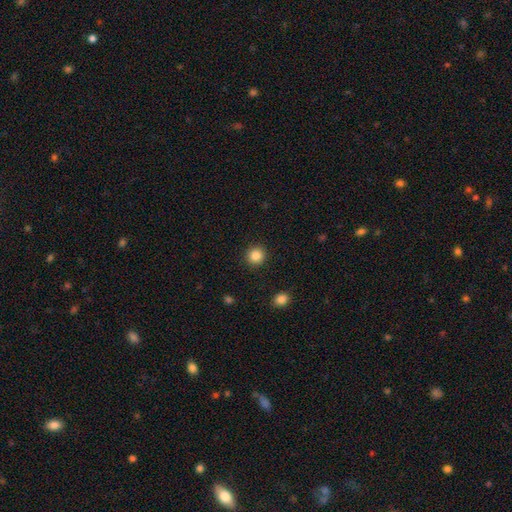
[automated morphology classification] Smooth or featured: smooth — 86% (star or artifact — 10%)
How rounded: round — 93% (in between — 6%)
Merging: none — 92% (minor disturbance — 5%)